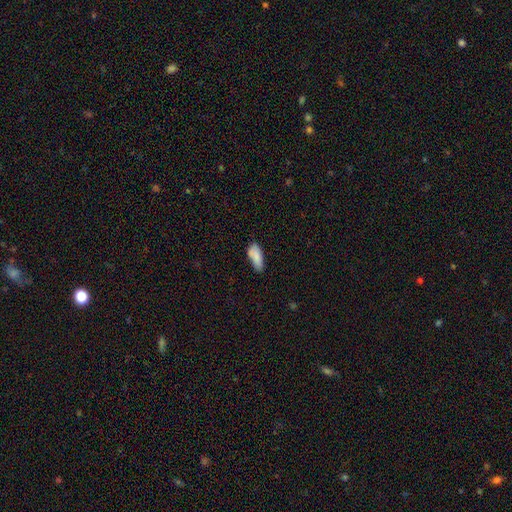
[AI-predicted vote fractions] Q: Smooth or featured?
A: smooth (84%); runner-up: featured or disk (9%)
Q: How rounded?
A: in between (78%); runner-up: cigar-shaped (19%)
Q: Merging?
A: none (57%); runner-up: minor disturbance (28%)